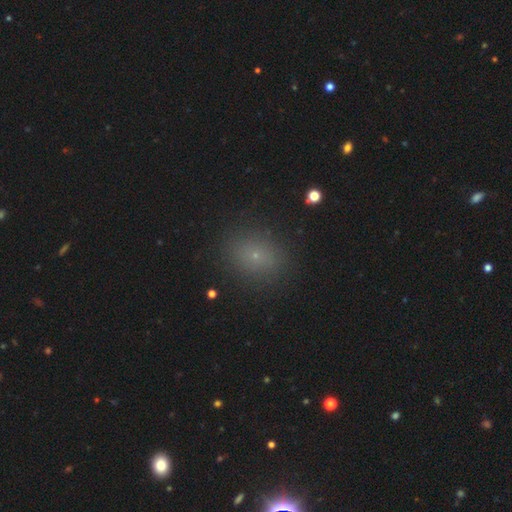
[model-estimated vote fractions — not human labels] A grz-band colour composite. It shows a smooth galaxy with no disk features (68%) that is round (54%). Merging: none (88%).